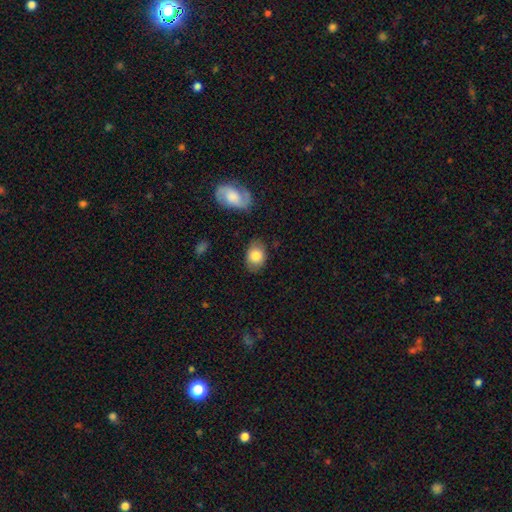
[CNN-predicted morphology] This is clearly a smooth galaxy (81%). How rounded: likely in between (73%). Merging: likely none (78%).